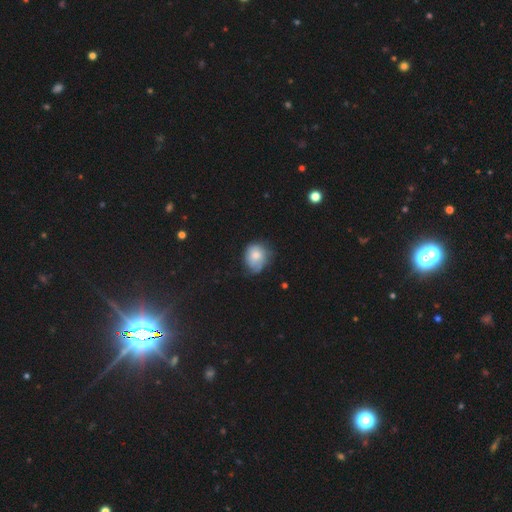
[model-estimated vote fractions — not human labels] Q: Smooth or featured?
A: smooth (69%); runner-up: featured or disk (22%)
Q: How rounded?
A: round (66%); runner-up: in between (34%)
Q: Merging?
A: none (49%); runner-up: minor disturbance (37%)